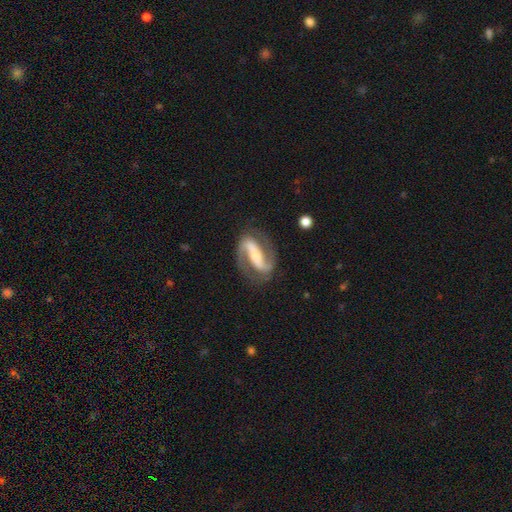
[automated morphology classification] Smooth or featured: featured or disk — 88% (smooth — 8%)
Edge-on disk: no — 94% (yes — 6%)
Bar: strong — 69% (weak — 18%)
Spiral arms: yes — 95% (no — 5%)
Spiral winding: medium — 50% (loose — 26%)
Spiral arm count: 2 — 92% (can't tell — 2%)
Bulge size: small — 47% (moderate — 41%)
Merging: none — 80% (minor disturbance — 12%)